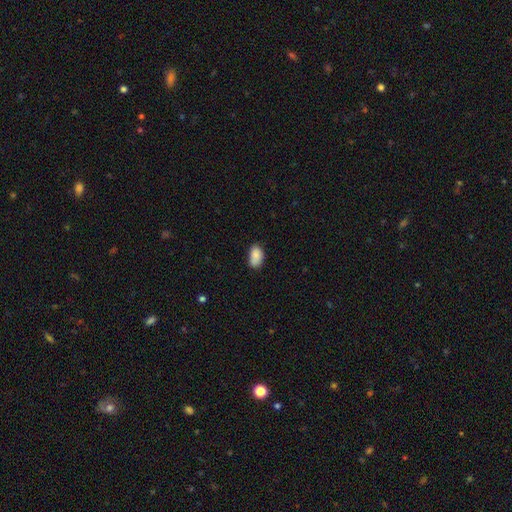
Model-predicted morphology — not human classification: type=smooth (85%); roundness=in between (91%); merging=none (67%).